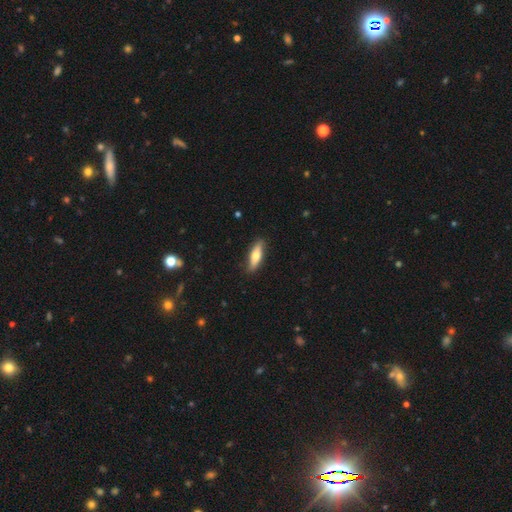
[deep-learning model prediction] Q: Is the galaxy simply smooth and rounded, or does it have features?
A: smooth — 65%.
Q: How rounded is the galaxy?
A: cigar-shaped — 53%.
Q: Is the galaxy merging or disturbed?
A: none — 86%.